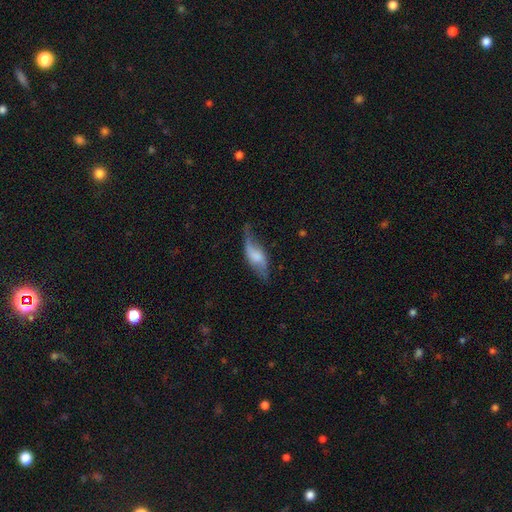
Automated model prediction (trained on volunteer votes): Smooth or featured? Predicted: featured or disk (p=0.54). Edge-on disk? Predicted: no (p=0.76). Merging? Predicted: none (p=0.47).